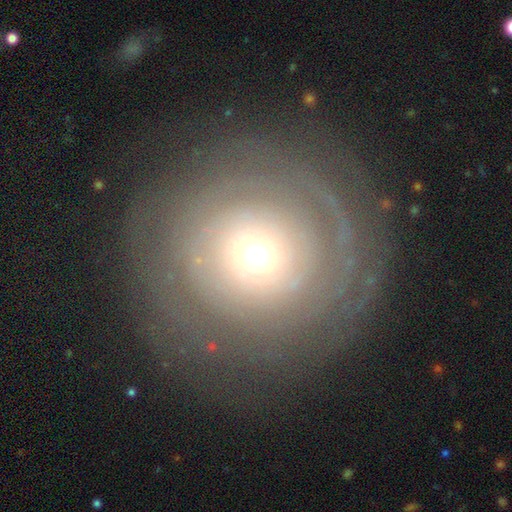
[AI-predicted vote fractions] Smooth or featured? Predicted: featured or disk (p=0.62). Edge-on disk? Predicted: no (p=0.97). Bar? Predicted: no (p=0.87). Spiral arms? Predicted: yes (p=0.65). Bulge size? Predicted: moderate (p=0.53). Merging? Predicted: none (p=0.79).